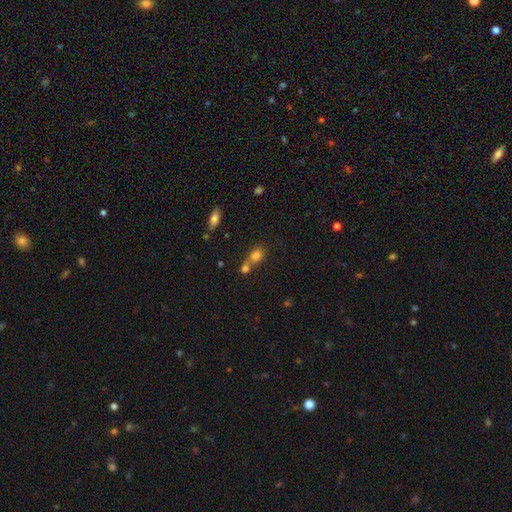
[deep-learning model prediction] Q: Smooth or featured?
A: smooth (79%); runner-up: star or artifact (12%)
Q: How rounded?
A: round (61%); runner-up: in between (36%)
Q: Merging?
A: merger (48%); runner-up: none (39%)